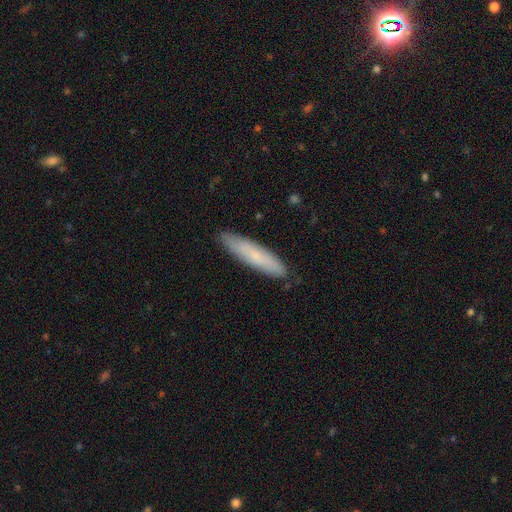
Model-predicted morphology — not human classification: Smooth or featured? smooth (70%)
How rounded? cigar-shaped (83%)
Merging? none (87%)